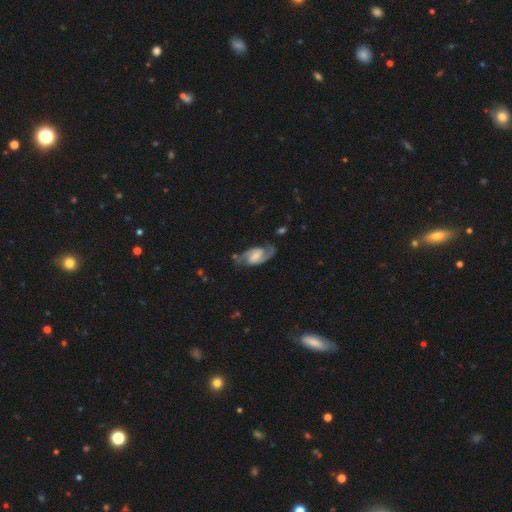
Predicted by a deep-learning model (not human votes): A featured or disk galaxy (81%) with a weak bar (49%), 2 (89%) medium (53%) spiral arms (95%) and no central bulge (33%).

Vote fractions:
- Smooth or featured? featured or disk: 81% / smooth: 13% / star or artifact: 6%
- Edge-on disk? no: 96% / yes: 4%
- Bar? weak: 49% / no: 28% / strong: 23%
- Spiral arms? yes: 95% / no: 5%
- Spiral winding? medium: 53% / tight: 24% / loose: 22%
- Spiral arm count? 2: 89% / can't tell: 4% / 1: 3% / 3: 1% / 4: 1% / more than 4: 1%
- Bulge size? none: 33% / small: 29% / moderate: 24% / large: 13% / dominant: 2%
- Merging? none: 71% / minor disturbance: 19% / major disturbance: 8% / merger: 3%